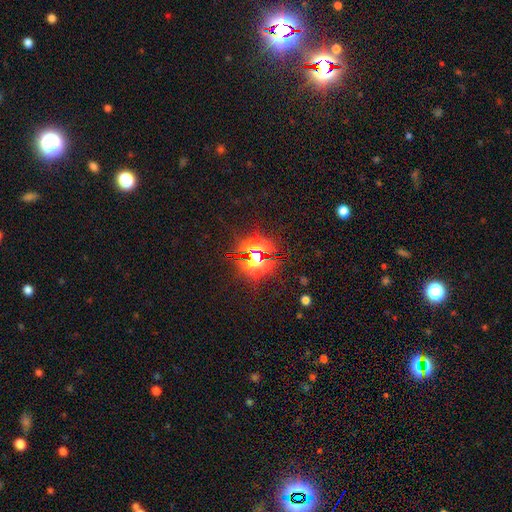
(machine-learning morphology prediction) Smooth or featured?
  - star or artifact: 79% *
  - smooth: 13%
  - featured or disk: 8%